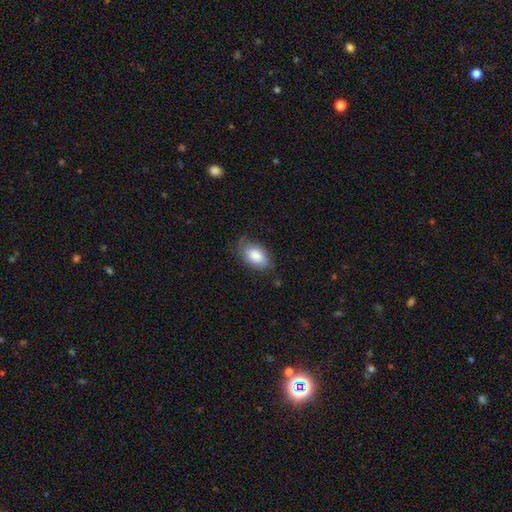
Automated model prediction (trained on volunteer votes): smooth_or_featured: smooth (p=0.83) [alt: featured or disk p=0.11]
how_rounded: in between (p=0.92) [alt: round p=0.06]
merging: none (p=0.66) [alt: minor disturbance p=0.26]